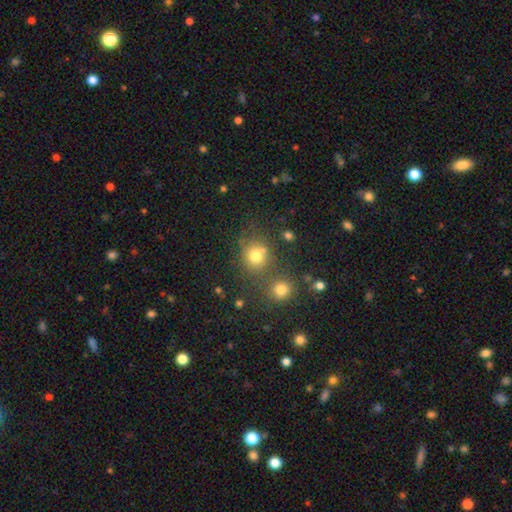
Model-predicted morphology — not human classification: Smooth or featured? smooth (75%)
How rounded? round (83%)
Merging? none (63%)